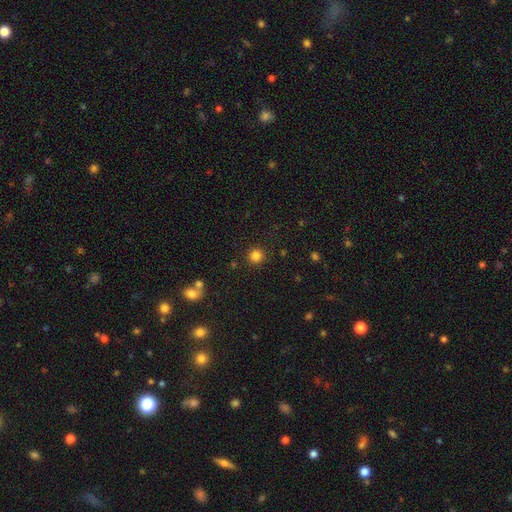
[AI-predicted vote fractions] Q: Smooth or featured?
A: smooth (83%); runner-up: star or artifact (13%)
Q: How rounded?
A: round (94%); runner-up: in between (5%)
Q: Merging?
A: none (89%); runner-up: minor disturbance (6%)